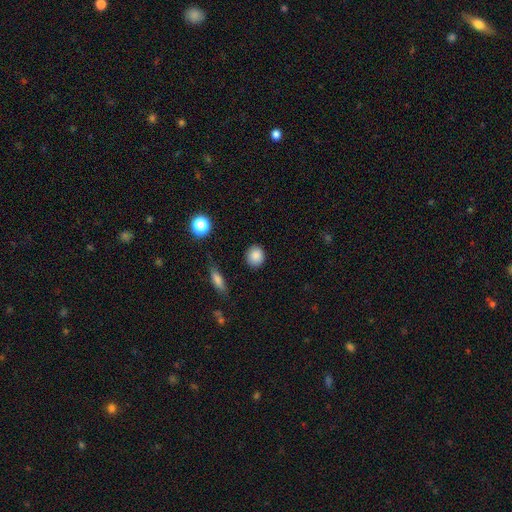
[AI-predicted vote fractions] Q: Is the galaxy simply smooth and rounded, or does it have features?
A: smooth — 86%.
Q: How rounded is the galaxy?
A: round — 79%.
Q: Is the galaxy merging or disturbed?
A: none — 88%.